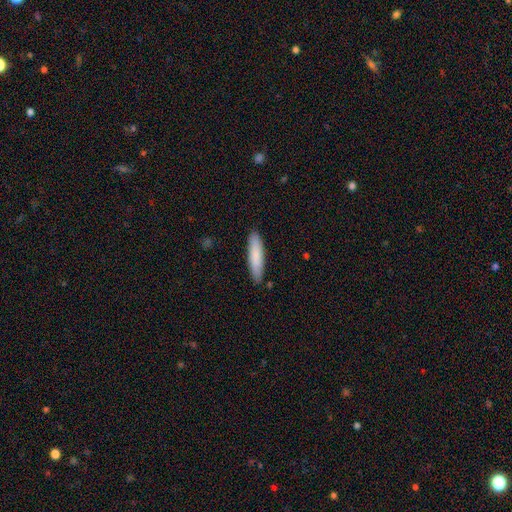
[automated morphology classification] This is clearly a smooth galaxy (83%). How rounded: likely cigar-shaped (79%). Merging: clearly none (88%).